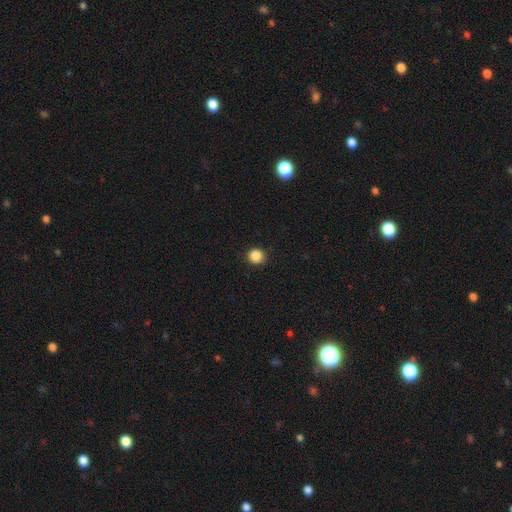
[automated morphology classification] Smooth or featured? smooth (86%)
How rounded? round (93%)
Merging? none (90%)